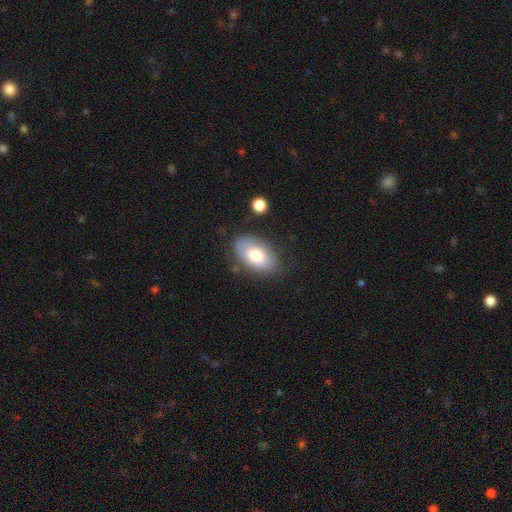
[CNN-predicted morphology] Smooth or featured: smooth — 76% (featured or disk — 17%)
How rounded: in between — 93% (round — 6%)
Merging: none — 74% (minor disturbance — 18%)